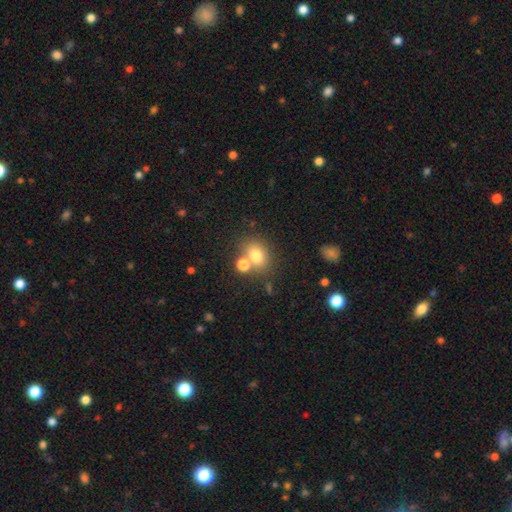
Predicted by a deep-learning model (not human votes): This is likely a smooth galaxy (75%). How rounded: possibly in between (50%). Merging: likely none (60%).